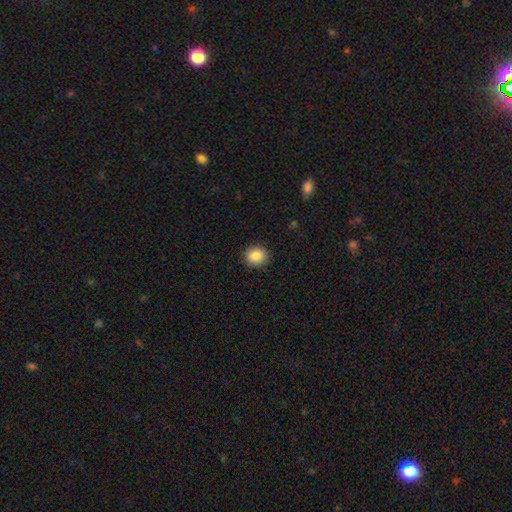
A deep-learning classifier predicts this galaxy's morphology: Q: Smooth or featured?
A: smooth (88%); runner-up: star or artifact (8%)
Q: How rounded?
A: round (82%); runner-up: in between (17%)
Q: Merging?
A: none (90%); runner-up: minor disturbance (7%)